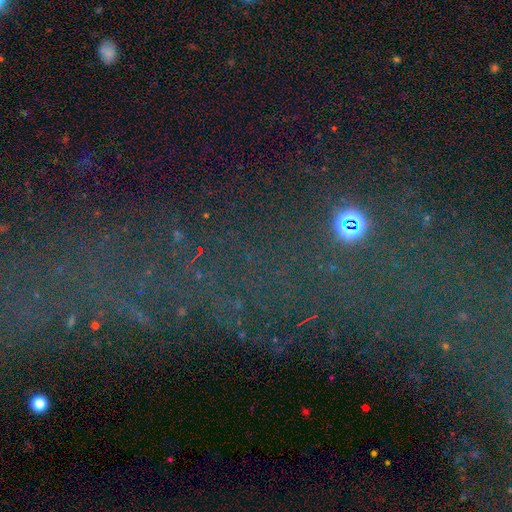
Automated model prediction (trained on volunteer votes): Smooth or featured?
  - star or artifact: 71% *
  - smooth: 17%
  - featured or disk: 13%